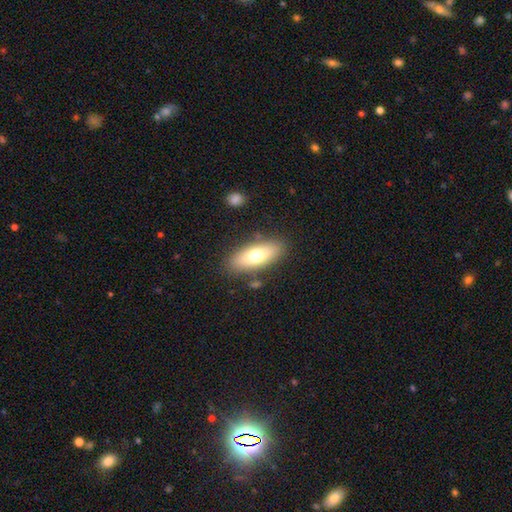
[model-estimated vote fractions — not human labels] The model was most divided on "smooth or featured": smooth: 67%, featured or disk: 25%, star or artifact: 7%. More confident: merging — none (82%); how rounded — in between (74%).